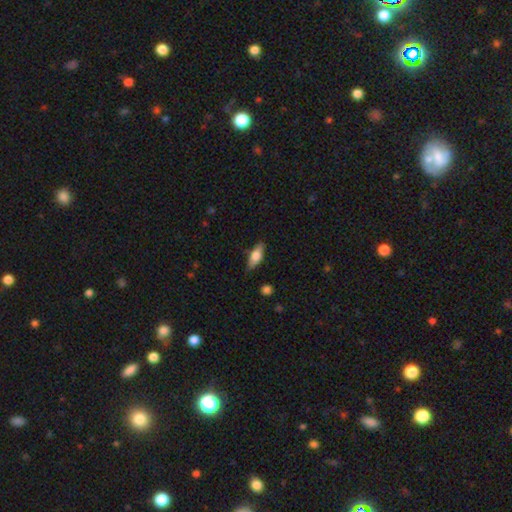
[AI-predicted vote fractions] smooth-or-featured: smooth: 64% | featured or disk: 29% | star or artifact: 7%
  how-rounded: in between: 70% | cigar-shaped: 27% | round: 3%
  merging: none: 82% | minor disturbance: 14% | major disturbance: 3% | merger: 1%